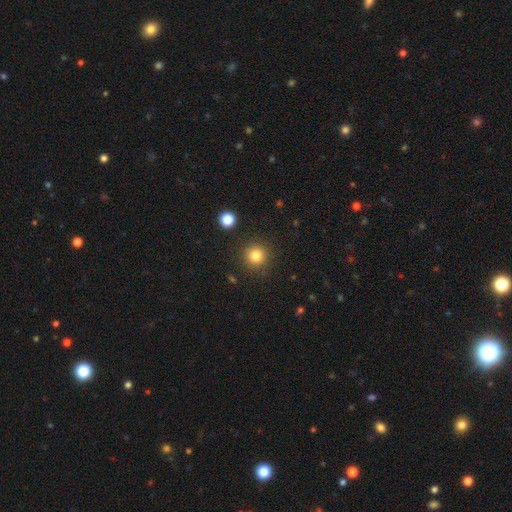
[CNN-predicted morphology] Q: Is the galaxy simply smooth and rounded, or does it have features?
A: smooth — 82%.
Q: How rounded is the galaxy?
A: round — 95%.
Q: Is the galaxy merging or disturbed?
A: none — 89%.